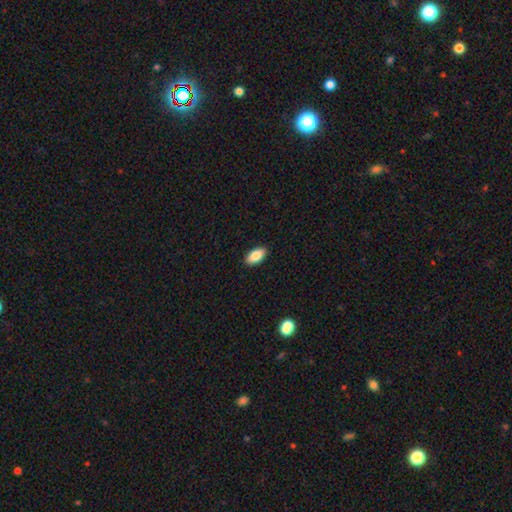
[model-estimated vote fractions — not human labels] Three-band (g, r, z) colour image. It shows a smooth galaxy with no disk features (86%) that is in between round and cigar-shaped (92%). Merging: none (91%).